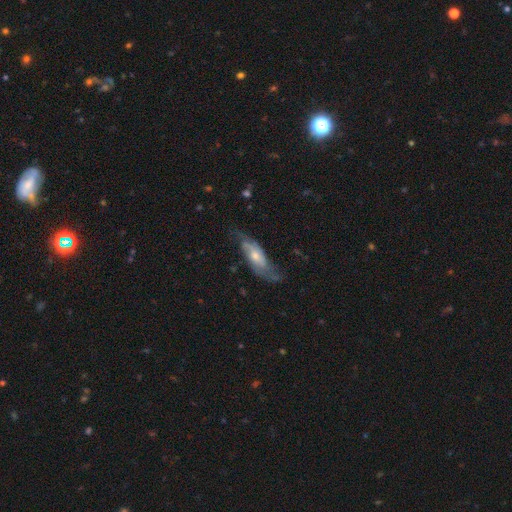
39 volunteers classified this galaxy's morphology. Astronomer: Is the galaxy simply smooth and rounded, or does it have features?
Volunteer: featured or disk — 64%.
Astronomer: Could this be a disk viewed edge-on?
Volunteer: no — 88%.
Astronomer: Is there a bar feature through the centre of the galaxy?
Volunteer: no — 55%.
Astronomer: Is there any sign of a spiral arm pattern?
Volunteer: yes — 95%.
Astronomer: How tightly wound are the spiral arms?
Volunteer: tight — 38%, tied with medium at 38%.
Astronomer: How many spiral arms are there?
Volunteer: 2 — 67%.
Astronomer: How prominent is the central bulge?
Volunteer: moderate — 68%.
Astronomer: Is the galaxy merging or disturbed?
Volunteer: none — 61%.